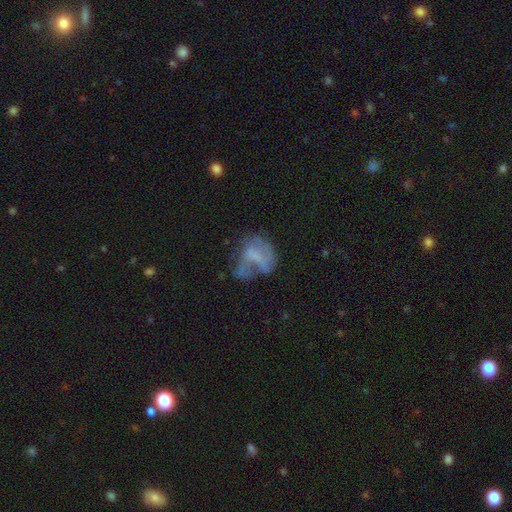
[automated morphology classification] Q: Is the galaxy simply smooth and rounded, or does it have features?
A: featured or disk — 47%.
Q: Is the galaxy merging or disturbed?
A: major disturbance — 38%.